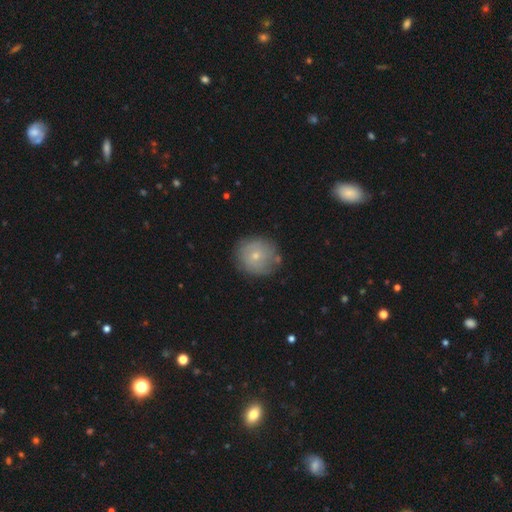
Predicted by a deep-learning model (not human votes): smooth 64%, featured or disk 28%, star or artifact 8%. Down the decision tree: how rounded — round (91%); merging — none (78%).